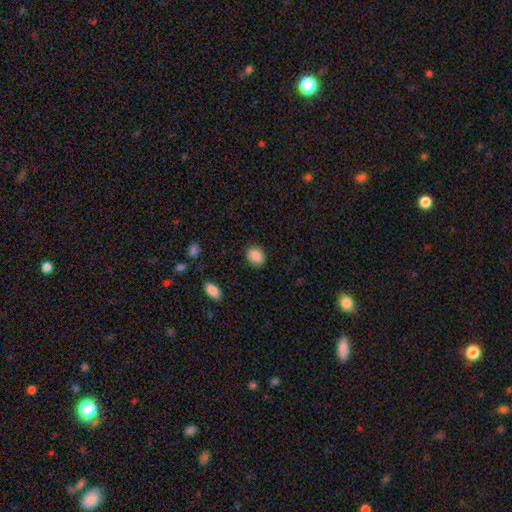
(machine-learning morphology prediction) smooth-or-featured: smooth: 88% | star or artifact: 8% | featured or disk: 4%
  how-rounded: in between: 51% | round: 48% | cigar-shaped: 1%
  merging: none: 84% | minor disturbance: 11% | major disturbance: 3% | merger: 1%